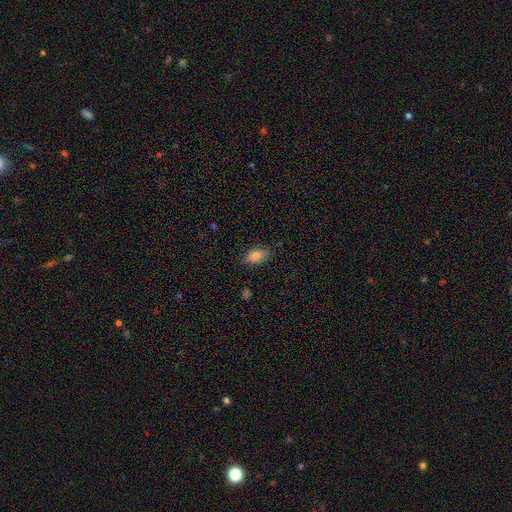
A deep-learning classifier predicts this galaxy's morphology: type=smooth (79%); roundness=in between (88%); merging=none (84%).